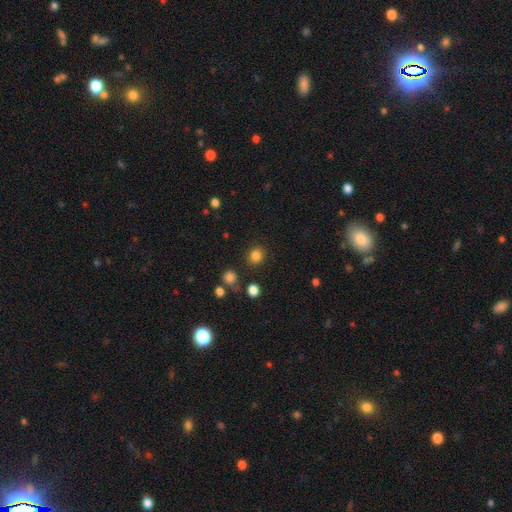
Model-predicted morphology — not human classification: Smooth or featured? smooth (83%)
How rounded? round (84%)
Merging? none (86%)